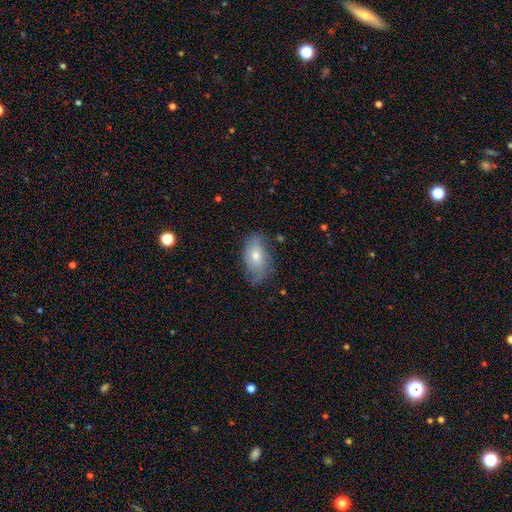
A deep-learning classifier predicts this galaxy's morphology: smooth_or_featured: featured or disk (p=0.50) [alt: smooth p=0.41]
disk_edge_on: no (p=0.91) [alt: yes p=0.09]
merging: none (p=0.65) [alt: minor disturbance p=0.25]